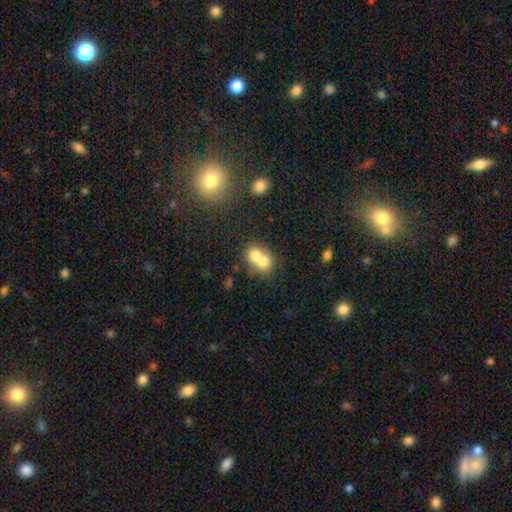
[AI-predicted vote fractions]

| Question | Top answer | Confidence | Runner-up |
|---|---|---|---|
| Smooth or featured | smooth | 70% | featured or disk (20%) |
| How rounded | round | 65% | in between (34%) |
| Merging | merger | 73% | none (20%) |